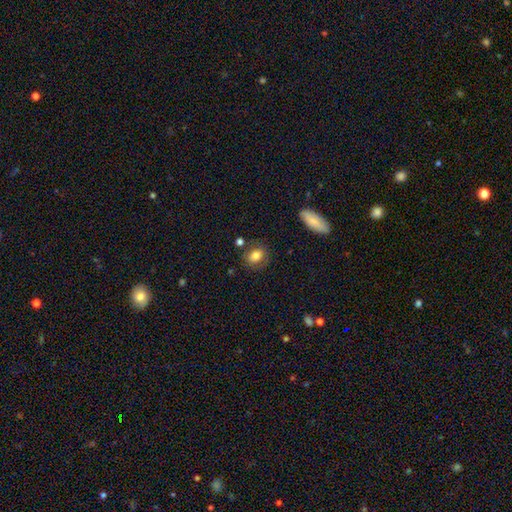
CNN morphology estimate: Overall: smooth (77%). How rounded: round (50%; in between 48%). Merging: none (76%).